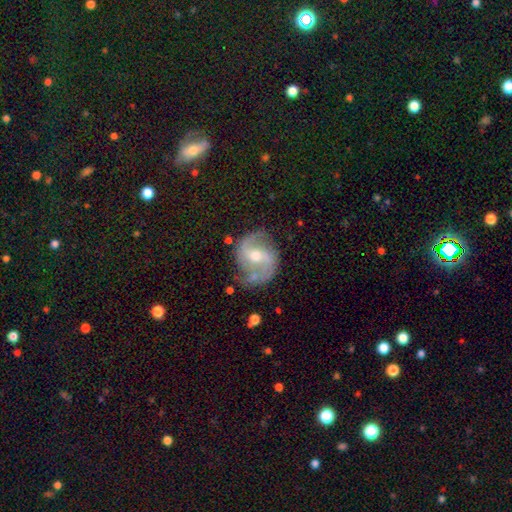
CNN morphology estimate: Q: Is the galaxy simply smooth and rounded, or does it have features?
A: featured or disk — 86%.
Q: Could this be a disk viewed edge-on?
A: no — 98%.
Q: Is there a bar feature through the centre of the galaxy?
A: weak — 47%.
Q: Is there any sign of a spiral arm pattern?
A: yes — 96%.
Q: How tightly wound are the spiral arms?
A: medium — 48%.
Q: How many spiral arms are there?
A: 2 — 91%.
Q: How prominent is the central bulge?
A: moderate — 60%.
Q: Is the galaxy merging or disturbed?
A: none — 73%.